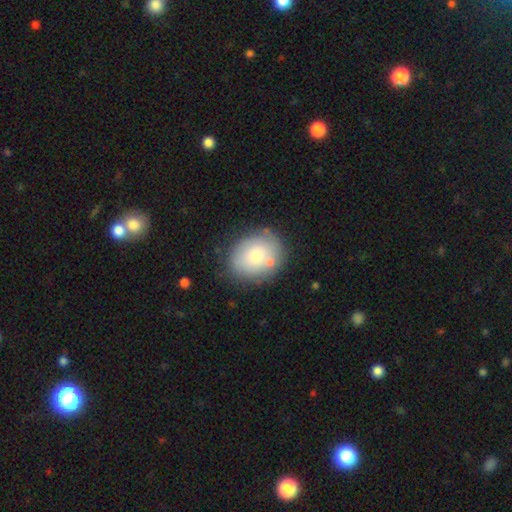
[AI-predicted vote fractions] Smooth or featured: smooth — 72% (featured or disk — 21%)
How rounded: in between — 50% (round — 49%)
Merging: none — 70% (minor disturbance — 16%)